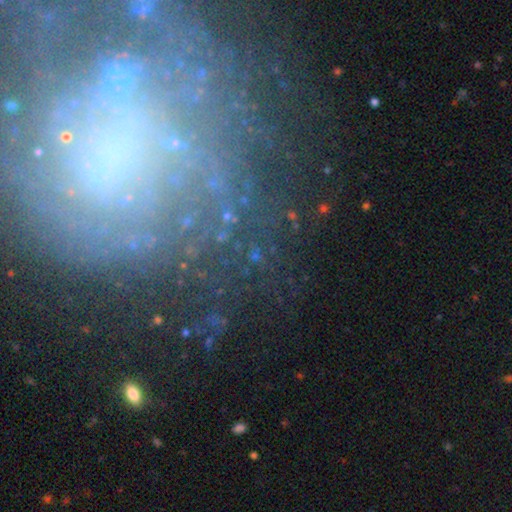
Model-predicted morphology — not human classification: Smooth or featured? star or artifact (44%)